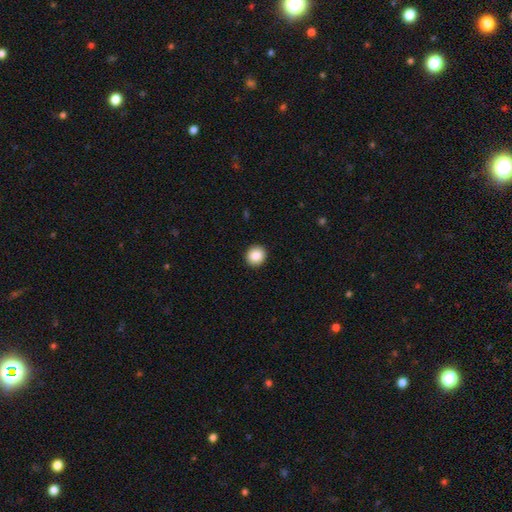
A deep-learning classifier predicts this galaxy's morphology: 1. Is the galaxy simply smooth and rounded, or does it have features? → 87% smooth, 9% star or artifact, 5% featured or disk.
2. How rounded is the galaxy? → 86% round, 13% in between, 1% cigar-shaped.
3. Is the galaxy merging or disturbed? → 93% none, 5% minor disturbance, 2% major disturbance, 1% merger.